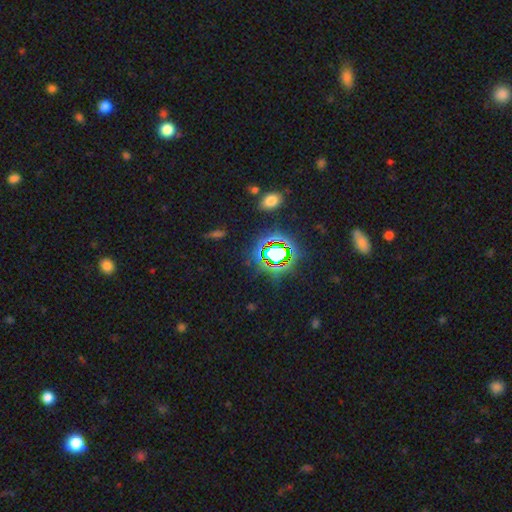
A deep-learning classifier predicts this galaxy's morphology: This appears to be a star or artifact, not a galaxy (70%).